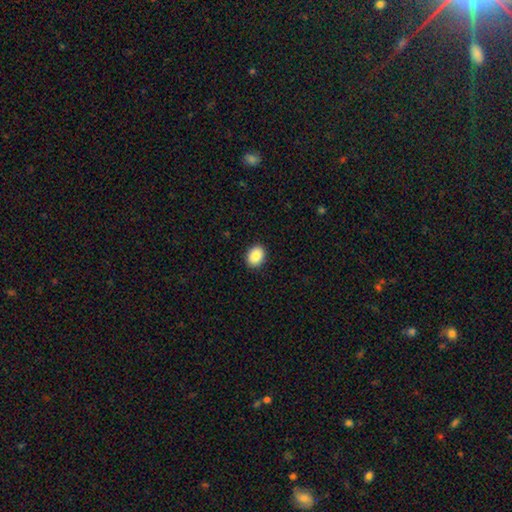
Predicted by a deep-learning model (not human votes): Smooth or featured?
  - smooth: 87% *
  - star or artifact: 8%
  - featured or disk: 5%
How rounded?
  - in between: 61% *
  - round: 39%
  - cigar-shaped: 1%
Merging?
  - none: 91% *
  - minor disturbance: 7%
  - major disturbance: 2%
  - merger: 1%